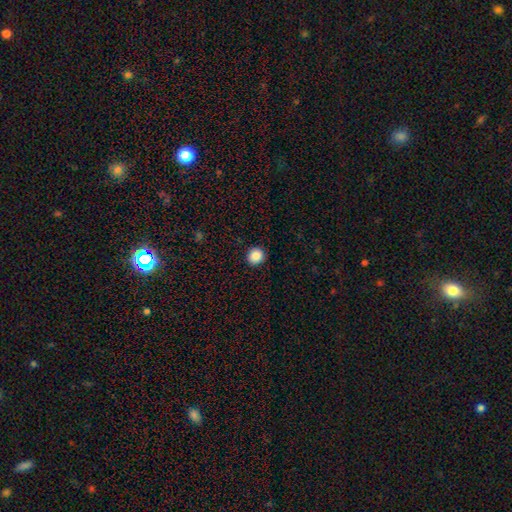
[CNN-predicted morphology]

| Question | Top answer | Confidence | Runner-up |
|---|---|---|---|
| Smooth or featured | smooth | 87% | star or artifact (9%) |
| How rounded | round | 87% | in between (12%) |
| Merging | none | 92% | minor disturbance (5%) |